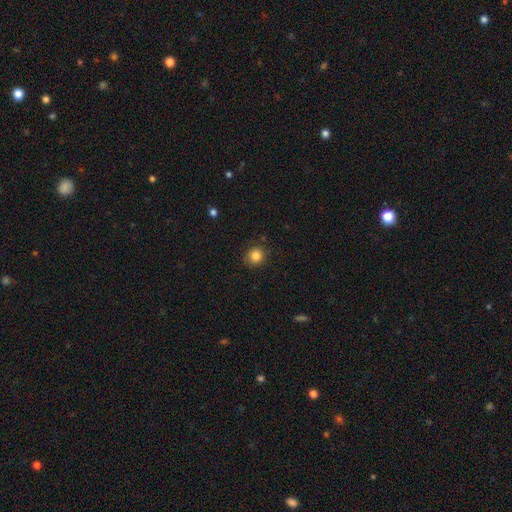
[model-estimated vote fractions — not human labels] smooth-or-featured: smooth: 84% | star or artifact: 11% | featured or disk: 5%
  how-rounded: round: 84% | in between: 15% | cigar-shaped: 1%
  merging: none: 86% | minor disturbance: 10% | major disturbance: 2% | merger: 1%